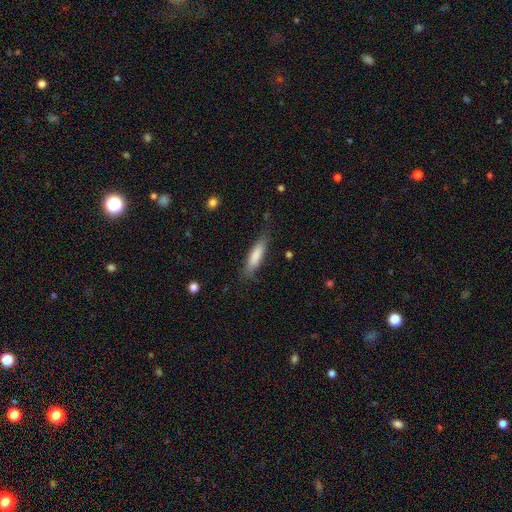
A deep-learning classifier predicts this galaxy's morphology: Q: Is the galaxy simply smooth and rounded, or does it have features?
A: smooth — 80%.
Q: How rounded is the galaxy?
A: cigar-shaped — 67%.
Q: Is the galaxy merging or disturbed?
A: none — 78%.